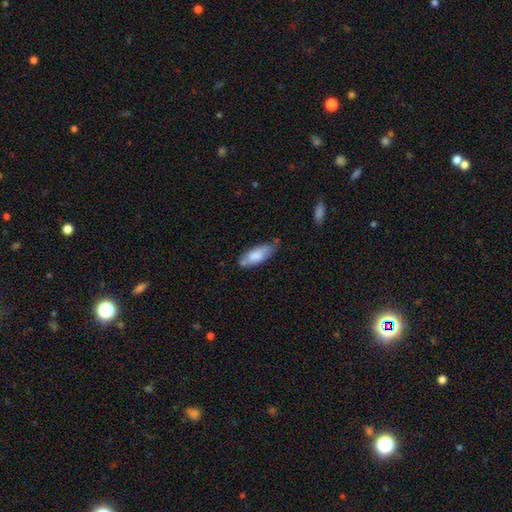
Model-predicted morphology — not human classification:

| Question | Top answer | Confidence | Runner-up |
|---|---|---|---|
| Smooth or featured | smooth | 77% | featured or disk (17%) |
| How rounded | in between | 72% | cigar-shaped (26%) |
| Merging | none | 54% | minor disturbance (34%) |